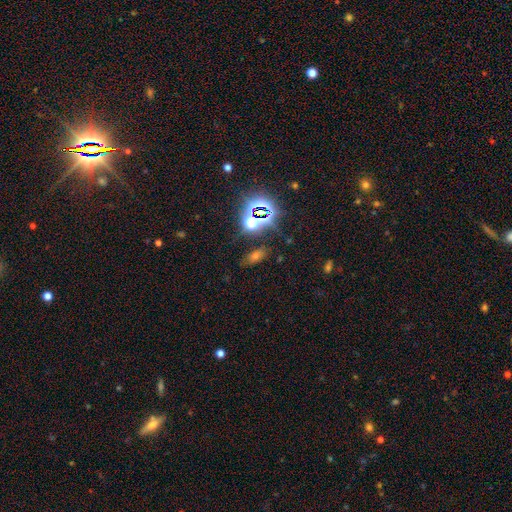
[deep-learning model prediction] A star or artifact, not a galaxy (45%).